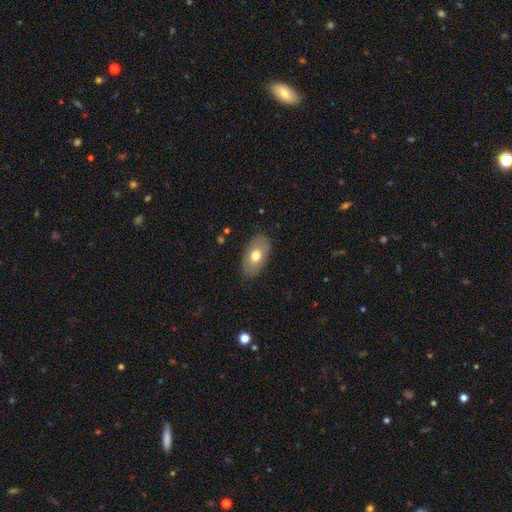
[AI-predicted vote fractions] Smooth or featured? smooth (67%)
How rounded? in between (92%)
Merging? none (84%)